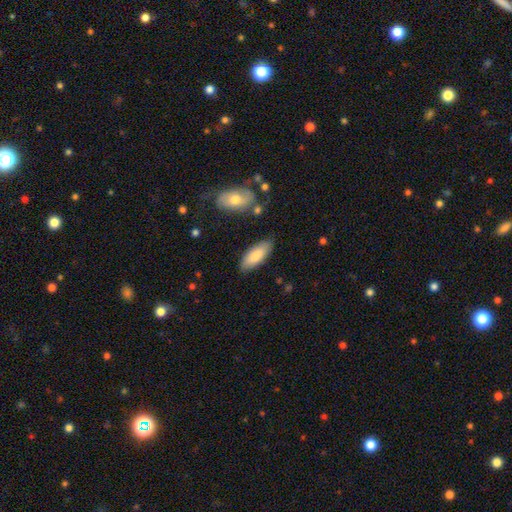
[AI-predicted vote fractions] smooth_or_featured: smooth (p=0.83) [alt: featured or disk p=0.11]
how_rounded: in between (p=0.80) [alt: cigar-shaped p=0.19]
merging: none (p=0.82) [alt: minor disturbance p=0.13]